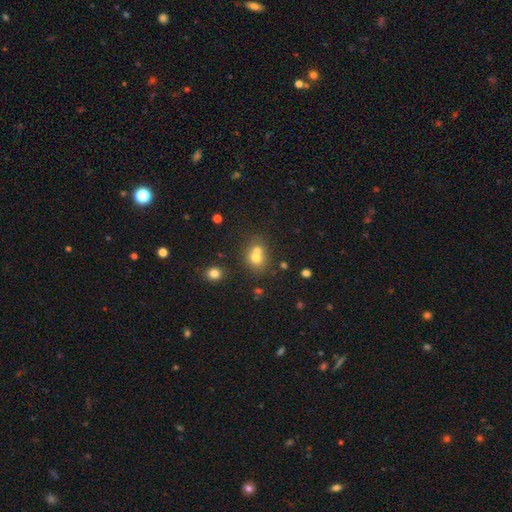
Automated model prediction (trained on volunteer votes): The model was most divided on "merging": merger: 56%, none: 34%, minor disturbance: 7%, major disturbance: 3%. More confident: how rounded — round (72%); smooth or featured — smooth (68%).